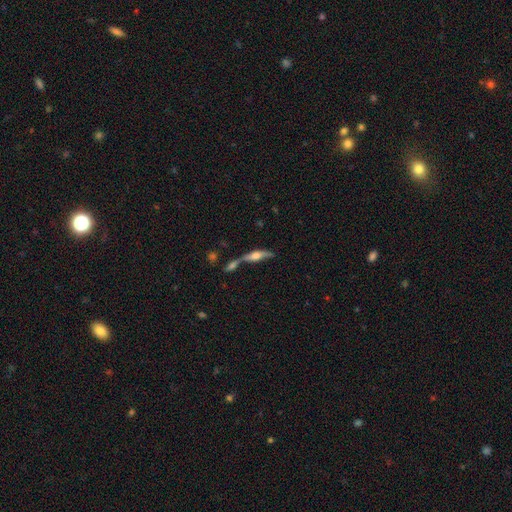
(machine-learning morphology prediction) Smooth or featured: featured or disk — 61% (smooth — 30%)
Edge-on disk: yes — 87% (no — 13%)
Edge-on bulge: rounded — 88% (boxy — 9%)
Merging: none — 43% (merger — 37%)